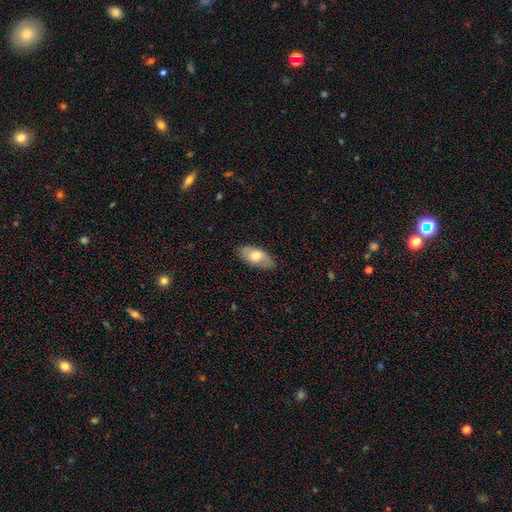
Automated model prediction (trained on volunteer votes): Overall: smooth (65%; featured or disk 29%). How rounded: in between (91%). Merging: none (80%).